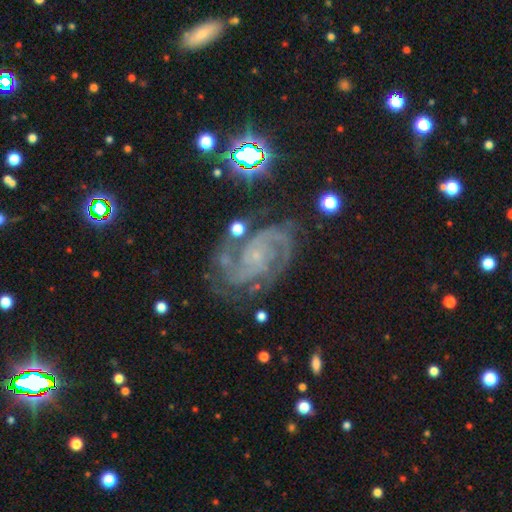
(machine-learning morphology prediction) Q: Smooth or featured?
A: featured or disk (88%); runner-up: star or artifact (8%)
Q: Edge-on disk?
A: no (98%); runner-up: yes (2%)
Q: Bar?
A: no (62%); runner-up: weak (29%)
Q: Spiral arms?
A: yes (98%); runner-up: no (2%)
Q: Spiral winding?
A: tight (48%); runner-up: medium (44%)
Q: Spiral arm count?
A: 2 (57%); runner-up: 3 (17%)
Q: Bulge size?
A: small (77%); runner-up: none (12%)
Q: Merging?
A: none (71%); runner-up: minor disturbance (17%)